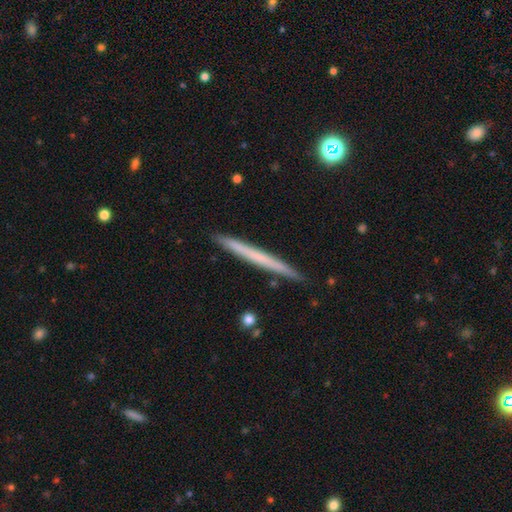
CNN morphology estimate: smooth 51%, featured or disk 43%, star or artifact 6%. Down the decision tree: how rounded — cigar-shaped (97%); merging — none (91%).